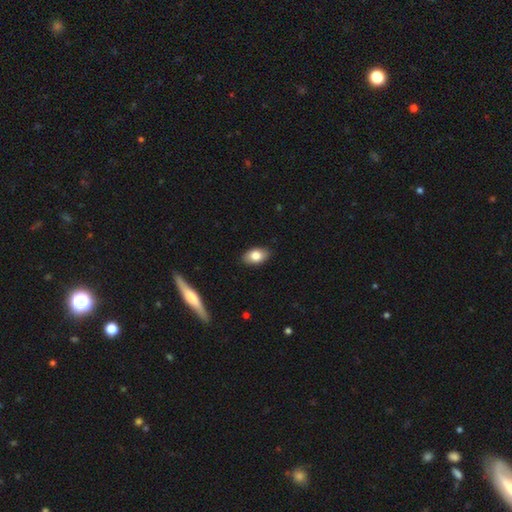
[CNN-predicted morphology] Smooth or featured? Predicted: smooth (p=0.82). How rounded? Predicted: in between (p=0.91). Merging? Predicted: none (p=0.88).